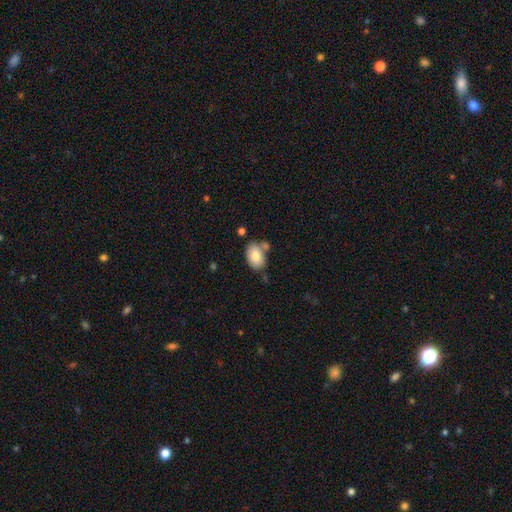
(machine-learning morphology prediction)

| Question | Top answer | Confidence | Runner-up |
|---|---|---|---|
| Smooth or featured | smooth | 82% | featured or disk (11%) |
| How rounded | in between | 89% | round (10%) |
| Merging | none | 63% | minor disturbance (18%) |